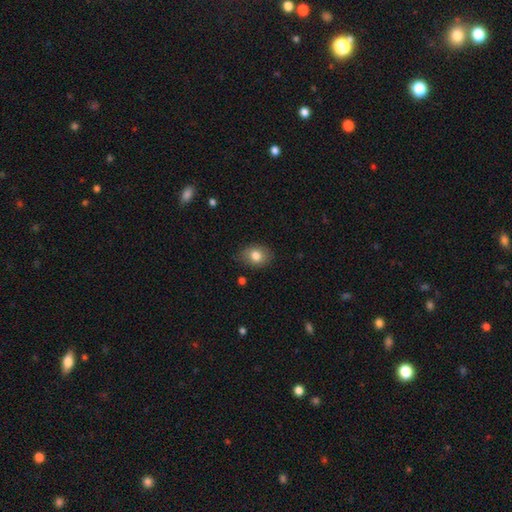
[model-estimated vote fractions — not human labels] Smooth or featured? Predicted: smooth (p=0.80). How rounded? Predicted: in between (p=0.61). Merging? Predicted: none (p=0.81).